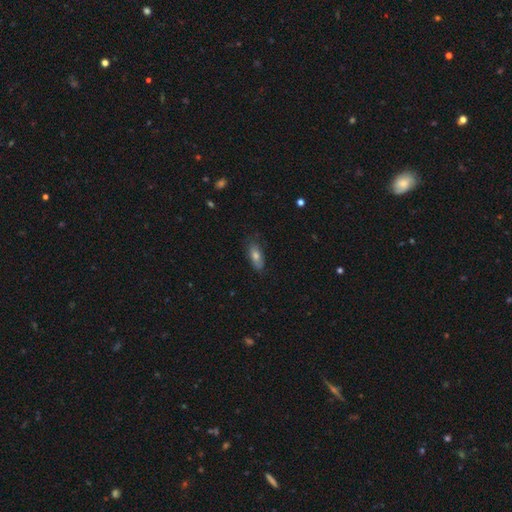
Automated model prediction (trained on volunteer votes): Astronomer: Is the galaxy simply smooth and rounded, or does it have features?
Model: smooth — 65%.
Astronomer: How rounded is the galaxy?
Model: in between — 74%.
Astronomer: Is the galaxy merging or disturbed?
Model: none — 76%.